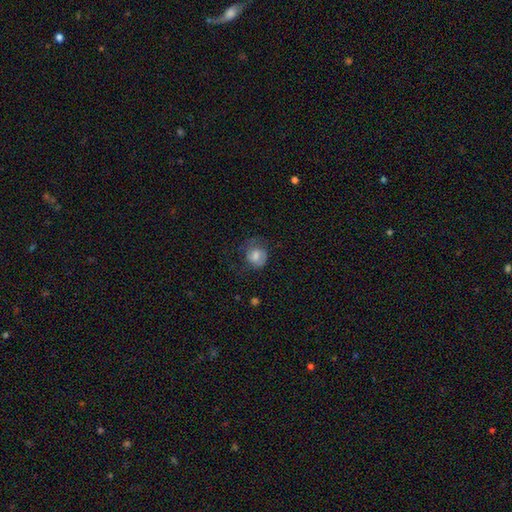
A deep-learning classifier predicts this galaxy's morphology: smooth-or-featured: smooth: 62% | featured or disk: 28% | star or artifact: 10%
  how-rounded: round: 69% | in between: 30% | cigar-shaped: 1%
  merging: none: 51% | minor disturbance: 24% | major disturbance: 24% | merger: 1%